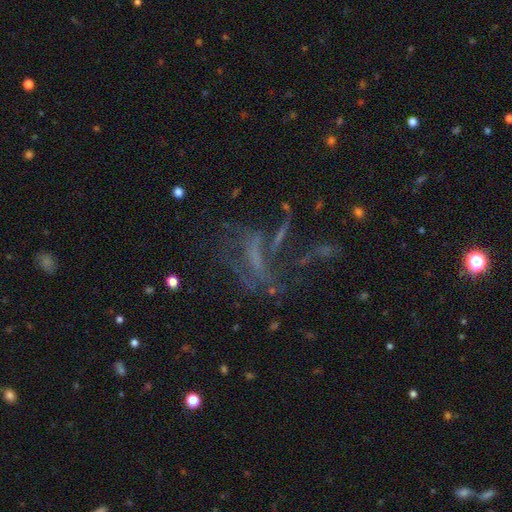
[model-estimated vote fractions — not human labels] smooth-or-featured: featured or disk: 48% | star or artifact: 33% | smooth: 18%
  merging: major disturbance: 38% | none: 36% | minor disturbance: 14% | merger: 12%